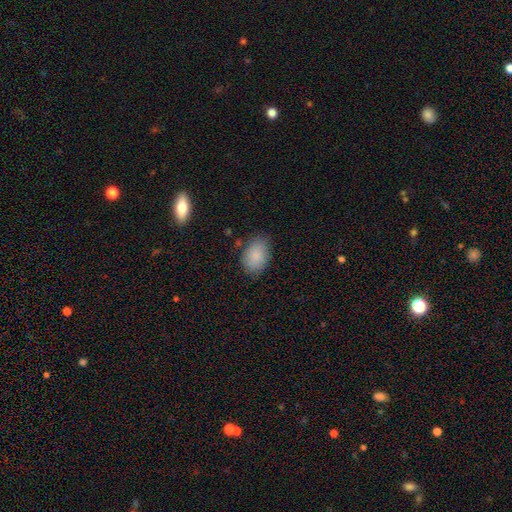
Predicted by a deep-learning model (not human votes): Overall: smooth (87%). How rounded: in between (82%). Merging: none (78%).